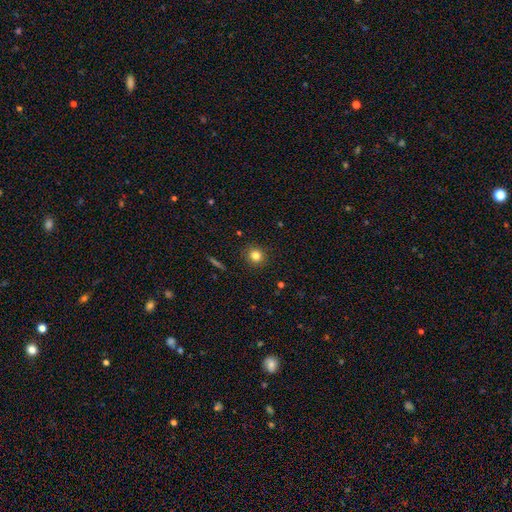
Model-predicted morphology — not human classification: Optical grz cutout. It shows a smooth galaxy with no disk features (81%) that is round (88%). Merging: none (90%).